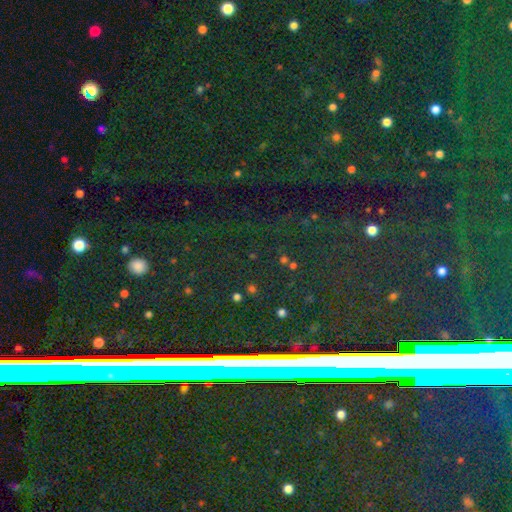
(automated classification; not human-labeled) Smooth or featured?
  - star or artifact: 84% *
  - smooth: 8%
  - featured or disk: 8%